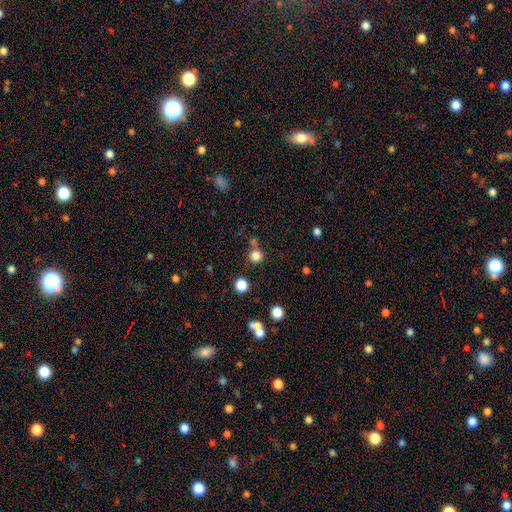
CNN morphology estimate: Smooth or featured: smooth — 80% (star or artifact — 14%)
How rounded: round — 93% (in between — 6%)
Merging: none — 71% (merger — 17%)